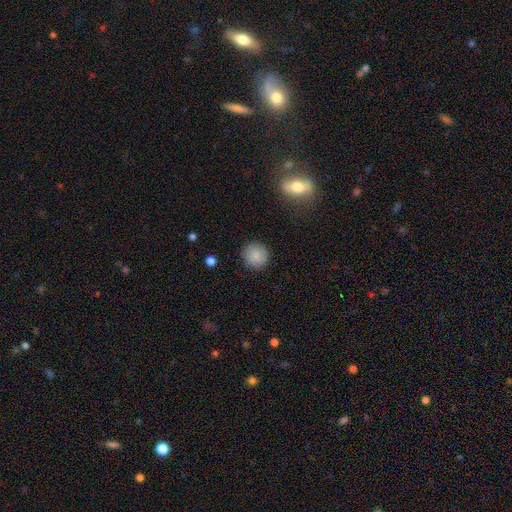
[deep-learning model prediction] Q: Smooth or featured?
A: smooth (87%); runner-up: star or artifact (8%)
Q: How rounded?
A: round (94%); runner-up: in between (5%)
Q: Merging?
A: none (90%); runner-up: minor disturbance (6%)